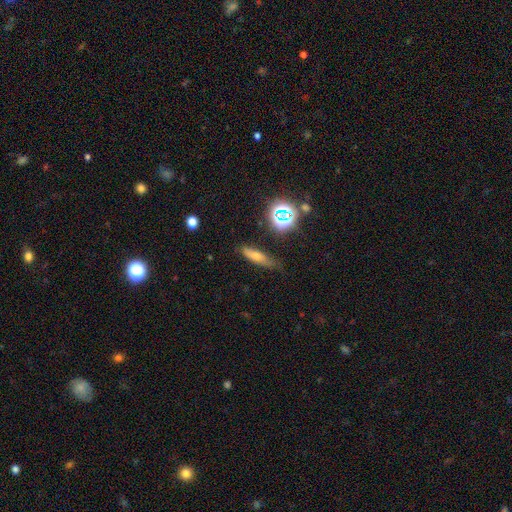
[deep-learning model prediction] Smooth or featured?
  - smooth: 54% *
  - featured or disk: 27%
  - star or artifact: 19%
How rounded?
  - cigar-shaped: 68% *
  - in between: 25%
  - round: 7%
Merging?
  - none: 77% *
  - minor disturbance: 17%
  - major disturbance: 4%
  - merger: 2%